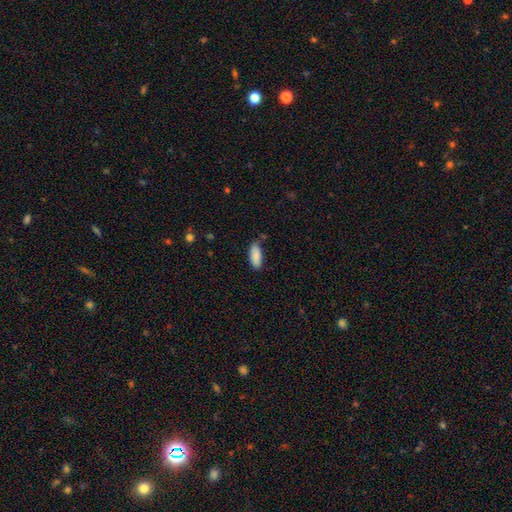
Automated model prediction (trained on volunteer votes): This appears to be a smooth galaxy with no disk features (85%) that is in between round and cigar-shaped (83%). Merging: none (80%).